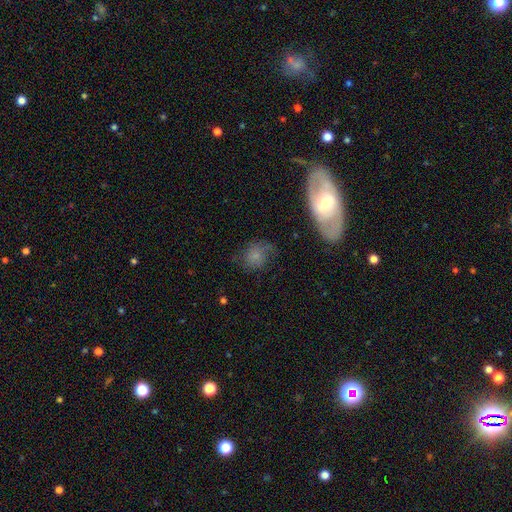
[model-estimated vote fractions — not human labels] Smooth or featured: smooth — 60% (featured or disk — 26%)
How rounded: round — 61% (in between — 37%)
Merging: none — 51% (minor disturbance — 26%)